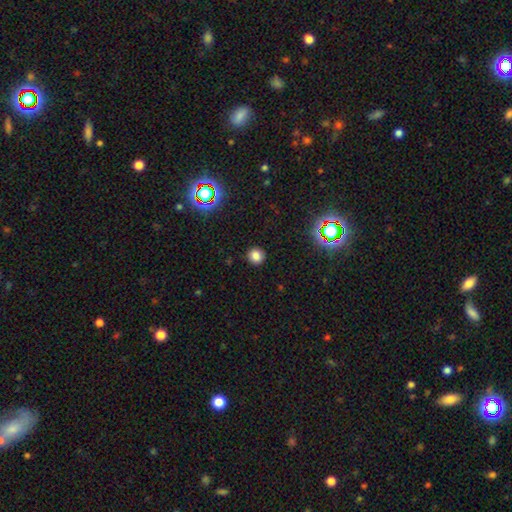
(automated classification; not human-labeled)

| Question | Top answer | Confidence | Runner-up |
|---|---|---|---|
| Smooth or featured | smooth | 80% | star or artifact (15%) |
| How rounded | round | 92% | in between (7%) |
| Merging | none | 91% | minor disturbance (6%) |